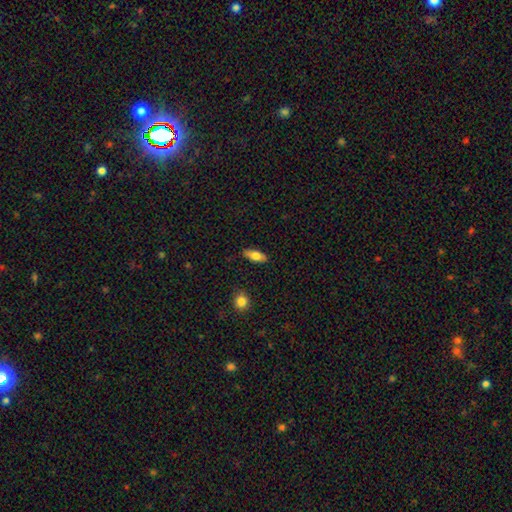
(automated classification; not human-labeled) Smooth or featured: smooth — 75% (featured or disk — 18%)
How rounded: in between — 78% (cigar-shaped — 19%)
Merging: none — 87% (minor disturbance — 10%)